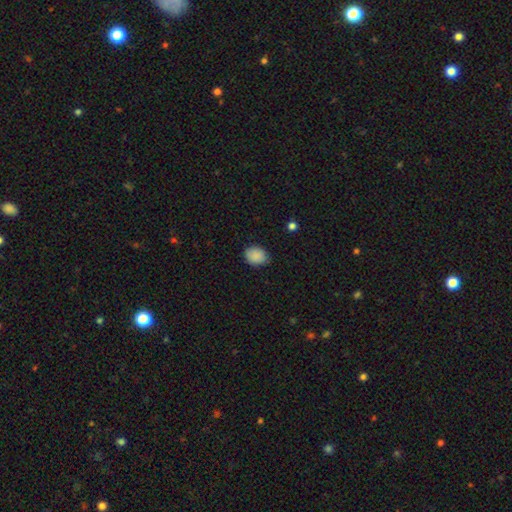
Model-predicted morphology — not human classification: Smooth or featured?
  - smooth: 88% *
  - star or artifact: 8%
  - featured or disk: 4%
How rounded?
  - in between: 52% *
  - round: 47%
  - cigar-shaped: 1%
Merging?
  - none: 79% *
  - minor disturbance: 17%
  - major disturbance: 3%
  - merger: 1%